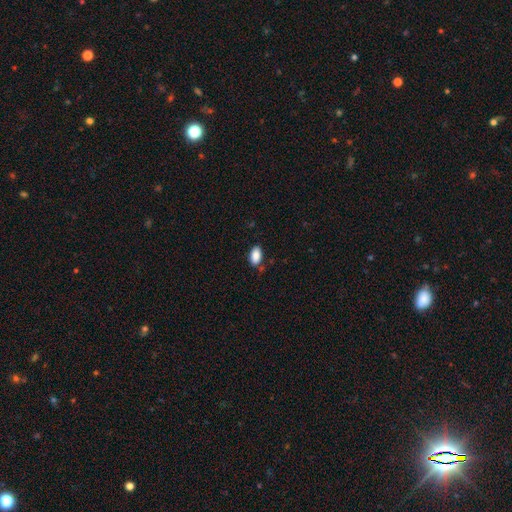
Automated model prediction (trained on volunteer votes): This appears to be a smooth galaxy with no disk features (88%) that is in between round and cigar-shaped (93%). Merging: none (81%).